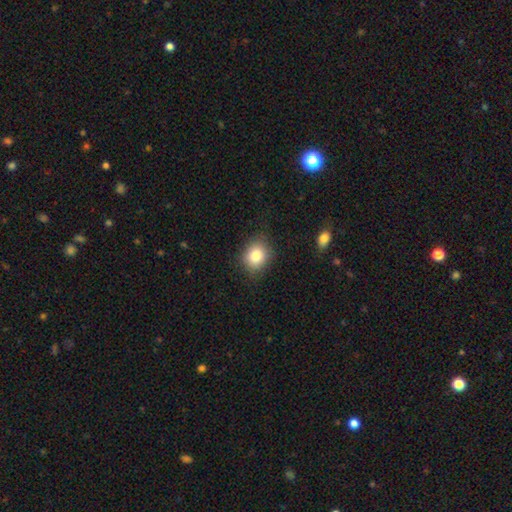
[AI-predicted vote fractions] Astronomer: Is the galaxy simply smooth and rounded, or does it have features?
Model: smooth — 82%.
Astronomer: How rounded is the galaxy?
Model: round — 64%.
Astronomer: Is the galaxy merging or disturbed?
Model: none — 84%.